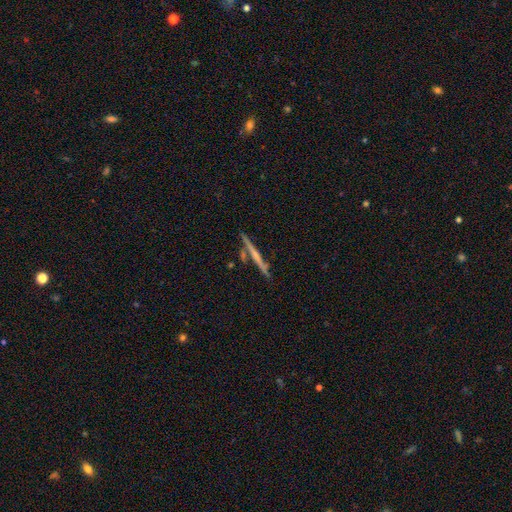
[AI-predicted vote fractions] A featured or disk galaxy (57%) viewed edge-on (96%) with no central bulge (71%).

Vote fractions:
- Smooth or featured? featured or disk: 57% / smooth: 36% / star or artifact: 7%
- Edge-on disk? yes: 96% / no: 4%
- Edge-on bulge? none: 71% / rounded: 21% / boxy: 8%
- Merging? none: 81% / minor disturbance: 10% / merger: 7% / major disturbance: 2%